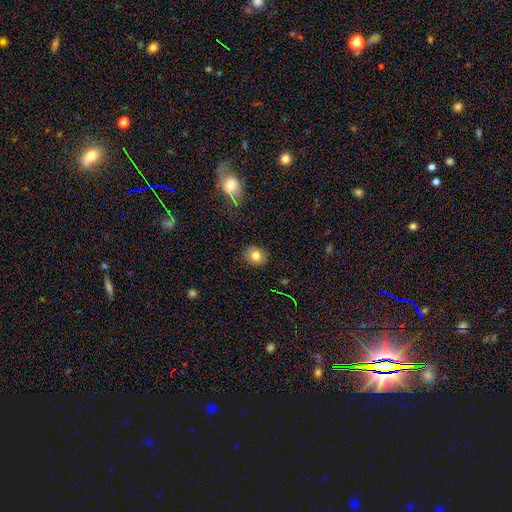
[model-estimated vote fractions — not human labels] A smooth galaxy with no disk features (79%) that is round (74%).

Vote fractions:
- Smooth or featured? smooth: 79% / star or artifact: 12% / featured or disk: 10%
- How rounded? round: 74% / in between: 25% / cigar-shaped: 1%
- Merging? none: 88% / minor disturbance: 9% / major disturbance: 2% / merger: 1%